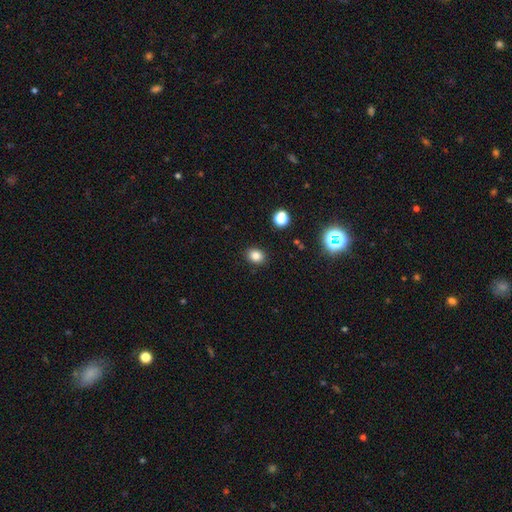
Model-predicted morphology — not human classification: Smooth or featured: smooth — 82% (star or artifact — 13%)
How rounded: round — 54% (in between — 45%)
Merging: none — 89% (minor disturbance — 7%)